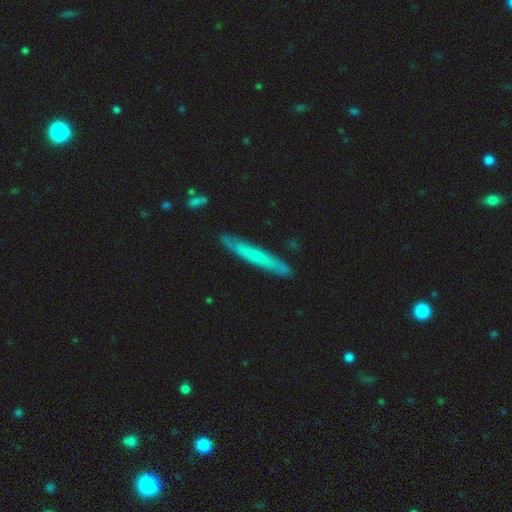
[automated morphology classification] featured or disk 49%, smooth 46%, star or artifact 5%. Down the decision tree: merging — none (86%).